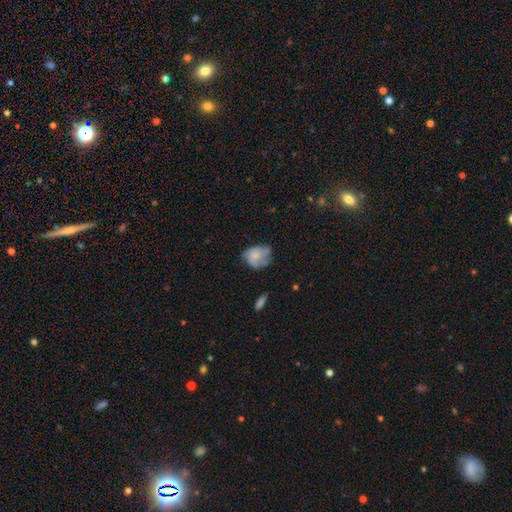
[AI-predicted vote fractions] Smooth or featured?
  - smooth: 57% *
  - featured or disk: 34%
  - star or artifact: 9%
How rounded?
  - in between: 51% *
  - round: 47%
  - cigar-shaped: 1%
Merging?
  - none: 41% *
  - minor disturbance: 35%
  - major disturbance: 20%
  - merger: 4%